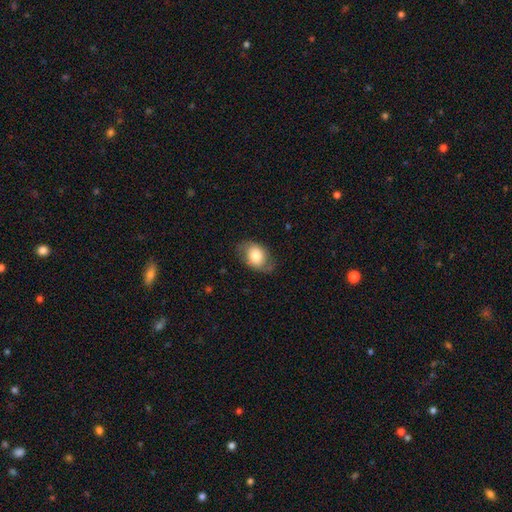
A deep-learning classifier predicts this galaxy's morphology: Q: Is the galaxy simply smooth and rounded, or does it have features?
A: smooth — 73%.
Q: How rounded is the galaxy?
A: in between — 78%.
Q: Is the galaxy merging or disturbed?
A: none — 68%.